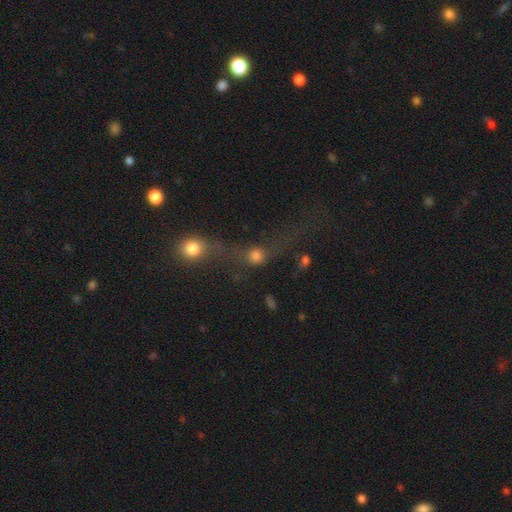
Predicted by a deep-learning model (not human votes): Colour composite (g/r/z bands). It shows a smooth galaxy with no disk features (66%) that is round (79%). Merging: merger (49%).